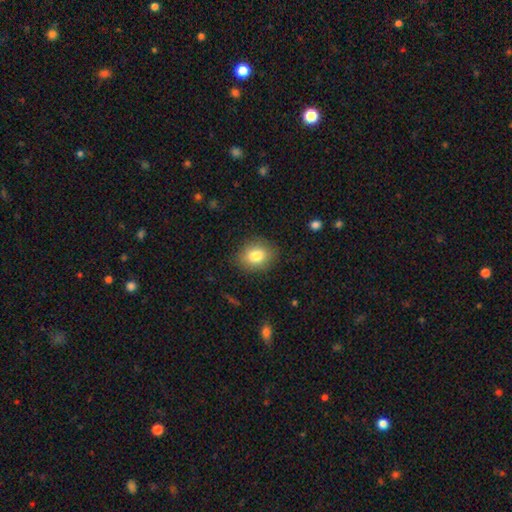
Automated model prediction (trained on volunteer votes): smooth-or-featured: smooth: 82% | star or artifact: 9% | featured or disk: 9%
  how-rounded: in between: 51% | round: 48% | cigar-shaped: 1%
  merging: none: 84% | minor disturbance: 11% | major disturbance: 3% | merger: 1%